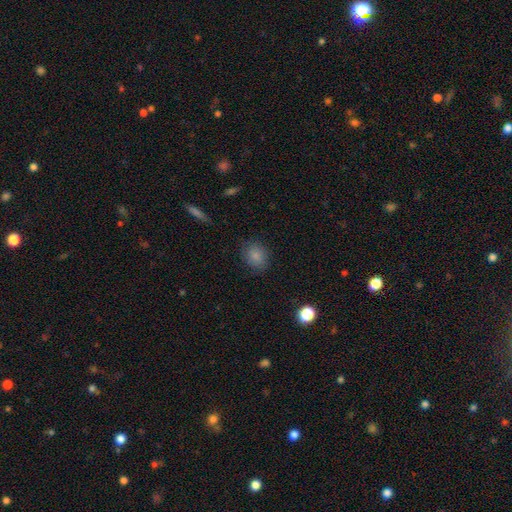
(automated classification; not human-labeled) This is clearly a smooth galaxy (85%). How rounded: possibly round (52%). Merging: clearly none (82%).